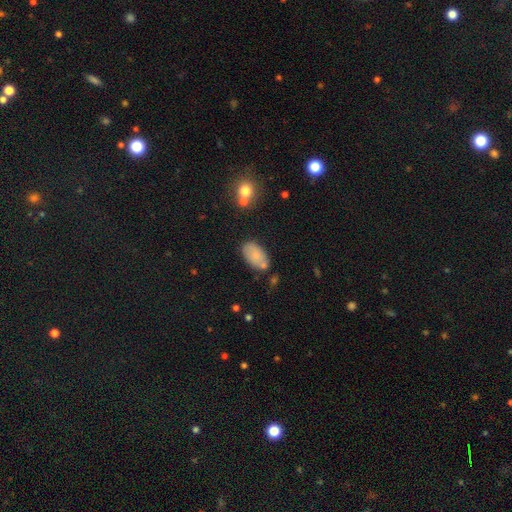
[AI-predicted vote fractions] smooth_or_featured: smooth (p=0.78) [alt: featured or disk p=0.14]
how_rounded: in between (p=0.93) [alt: round p=0.05]
merging: none (p=0.69) [alt: minor disturbance p=0.17]